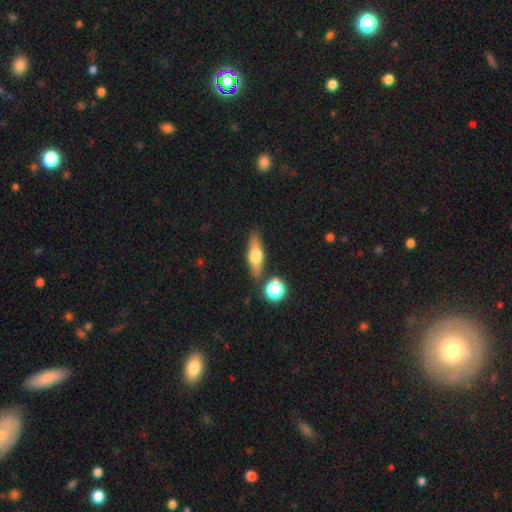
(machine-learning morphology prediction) The model was most divided on "smooth or featured": smooth: 48%, featured or disk: 45%, star or artifact: 8%. More confident: merging — none (83%).